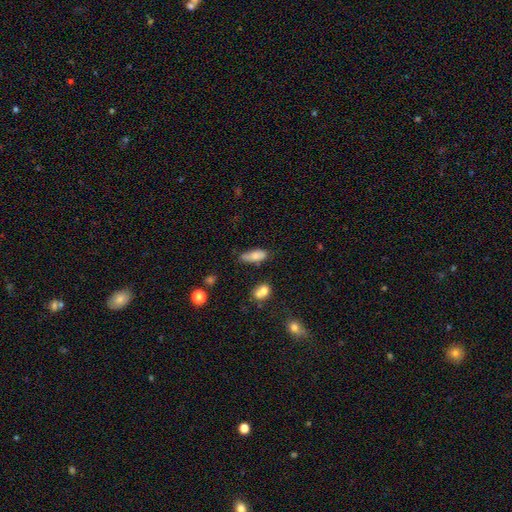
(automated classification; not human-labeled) Smooth or featured?
  - smooth: 76% *
  - featured or disk: 15%
  - star or artifact: 8%
How rounded?
  - in between: 76% *
  - cigar-shaped: 21%
  - round: 3%
Merging?
  - none: 52% *
  - minor disturbance: 32%
  - major disturbance: 9%
  - merger: 8%